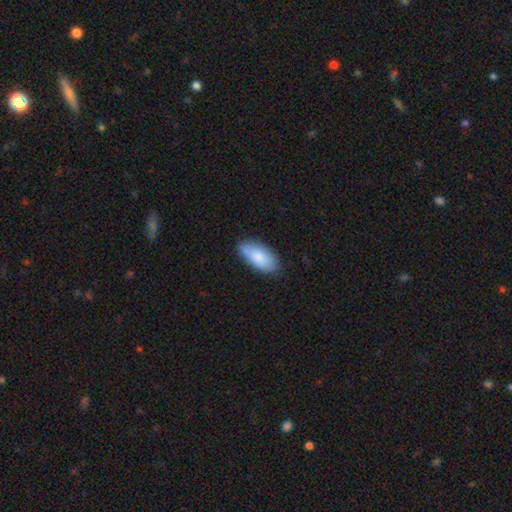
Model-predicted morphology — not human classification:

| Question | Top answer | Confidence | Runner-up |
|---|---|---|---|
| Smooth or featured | smooth | 82% | featured or disk (12%) |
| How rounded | in between | 91% | cigar-shaped (7%) |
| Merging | none | 74% | minor disturbance (21%) |